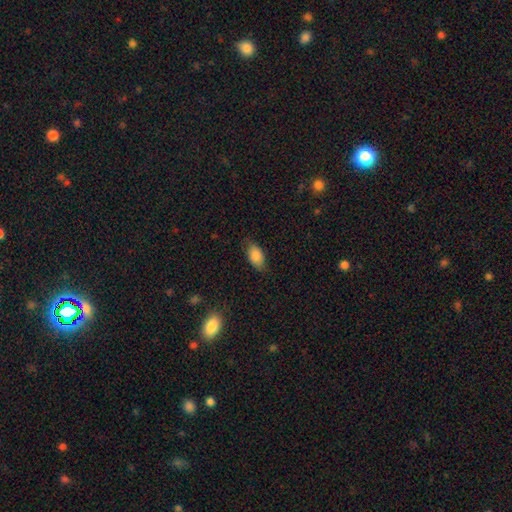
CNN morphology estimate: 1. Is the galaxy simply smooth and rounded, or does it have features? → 85% smooth, 8% featured or disk, 7% star or artifact.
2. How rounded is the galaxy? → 91% in between, 5% round, 3% cigar-shaped.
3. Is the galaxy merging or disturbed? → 77% none, 18% minor disturbance, 4% major disturbance, 1% merger.